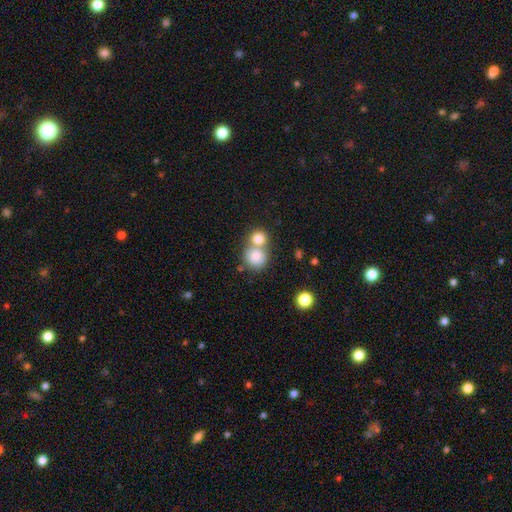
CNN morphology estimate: Smooth or featured? smooth (81%)
How rounded? round (83%)
Merging? merger (51%)